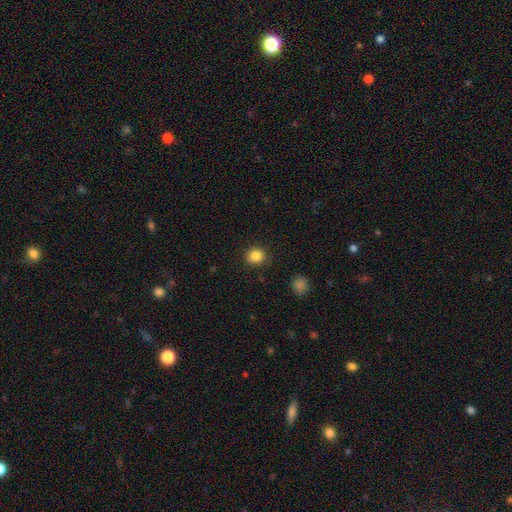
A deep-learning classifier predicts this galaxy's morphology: smooth-or-featured: smooth: 85% | star or artifact: 11% | featured or disk: 4%
  how-rounded: round: 85% | in between: 14% | cigar-shaped: 1%
  merging: none: 88% | minor disturbance: 8% | major disturbance: 2% | merger: 1%